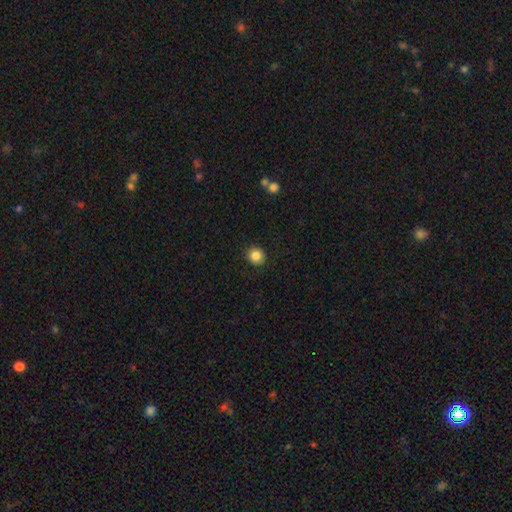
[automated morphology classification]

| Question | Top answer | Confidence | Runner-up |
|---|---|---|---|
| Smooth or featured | smooth | 85% | star or artifact (10%) |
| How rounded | round | 88% | in between (11%) |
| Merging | none | 91% | minor disturbance (6%) |